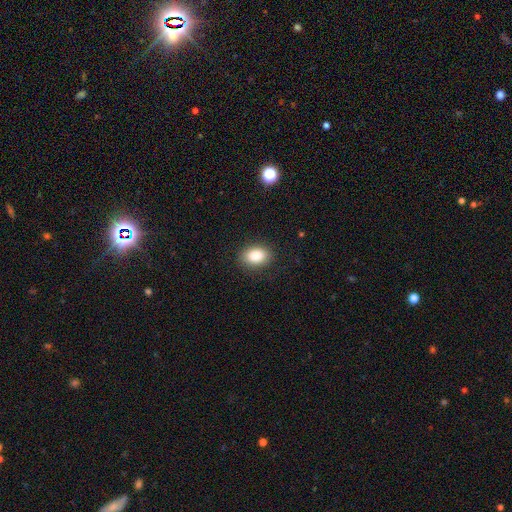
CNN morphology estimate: The model was most divided on "how rounded": in between: 79%, round: 20%, cigar-shaped: 1%. More confident: merging — none (88%); smooth or featured — smooth (85%).